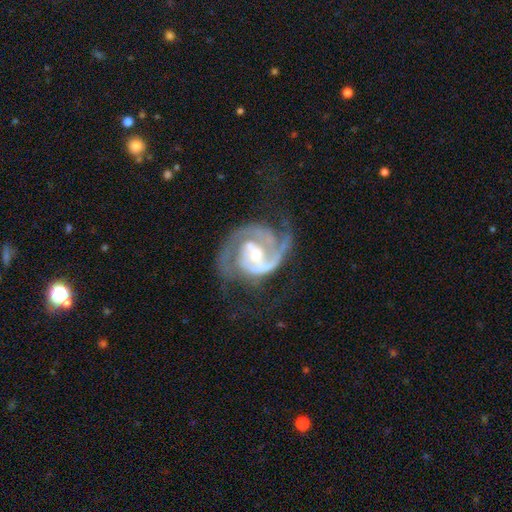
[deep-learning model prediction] Overall: featured or disk (90%). Edge-on disk: no (98%). Bar: weak (42%; no 41%). Spiral arms: yes (97%). Spiral arm count: 2 (56%). Spiral winding: medium (44%; tight 42%). Bulge size: moderate (56%; small 35%). Merging: none (49%; major disturbance 26%).